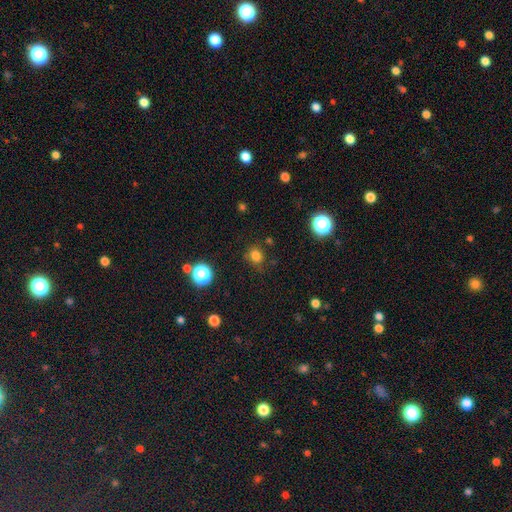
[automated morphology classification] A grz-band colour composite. It shows a smooth galaxy with no disk features (79%) that is round (78%). Merging: none (80%).